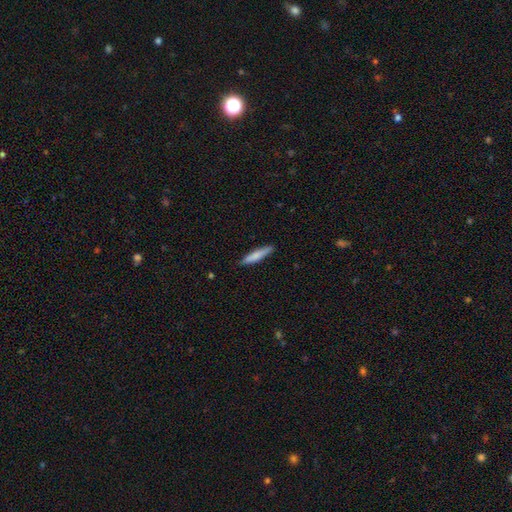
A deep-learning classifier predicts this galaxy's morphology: smooth-or-featured: smooth: 75% | featured or disk: 20% | star or artifact: 5%
  how-rounded: cigar-shaped: 89% | in between: 10% | round: 1%
  merging: none: 87% | minor disturbance: 10% | major disturbance: 2% | merger: 1%